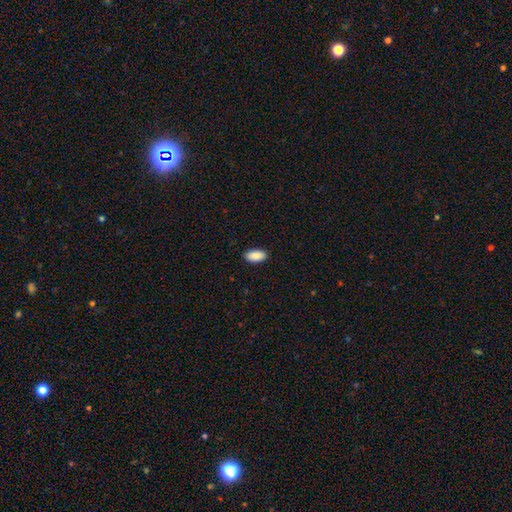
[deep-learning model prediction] A smooth galaxy with no disk features (90%) that is in between round and cigar-shaped (94%).

Vote fractions:
- Smooth or featured? smooth: 90% / star or artifact: 7% / featured or disk: 3%
- How rounded? in between: 94% / cigar-shaped: 4% / round: 2%
- Merging? none: 90% / minor disturbance: 7% / major disturbance: 2% / merger: 1%